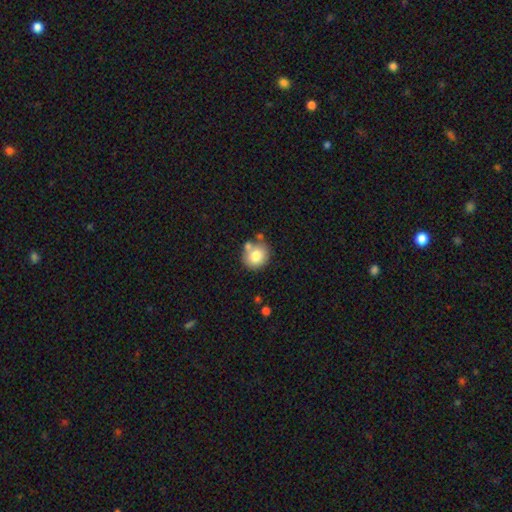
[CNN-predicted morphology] smooth 77%, featured or disk 13%, star or artifact 9%. Down the decision tree: how rounded — round (82%); merging — none (68%).